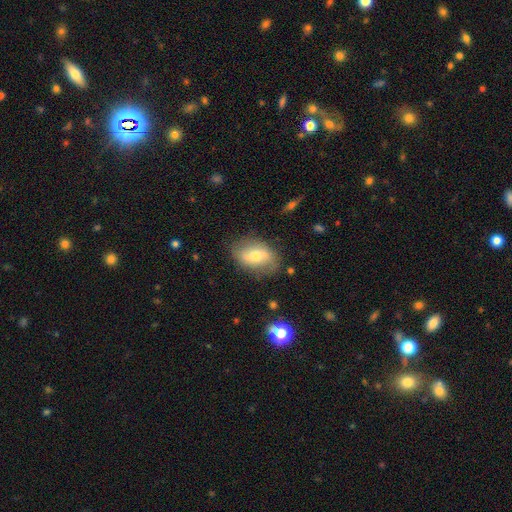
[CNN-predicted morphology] smooth-or-featured: smooth: 50% | featured or disk: 41% | star or artifact: 8%
  how-rounded: in between: 82% | round: 16% | cigar-shaped: 2%
  merging: none: 75% | minor disturbance: 18% | major disturbance: 6% | merger: 2%